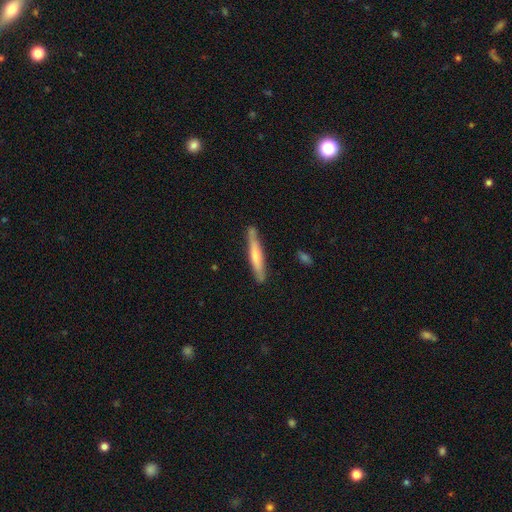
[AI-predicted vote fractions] smooth_or_featured: smooth (p=0.58) [alt: featured or disk p=0.37]
how_rounded: cigar-shaped (p=0.94) [alt: in between p=0.05]
merging: none (p=0.78) [alt: minor disturbance p=0.15]